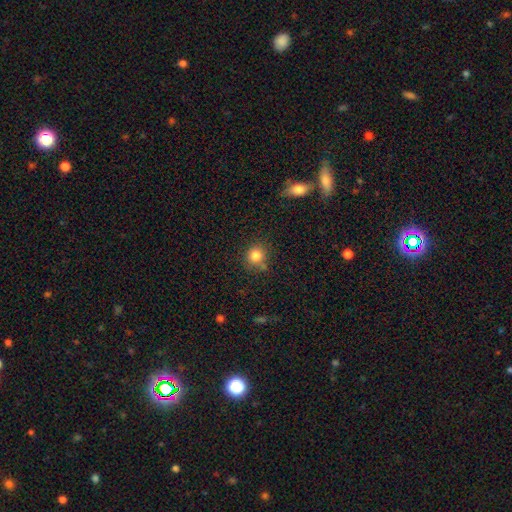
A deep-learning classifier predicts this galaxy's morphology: A smooth galaxy with no disk features (83%) that is round (83%).

Vote fractions:
- Smooth or featured? smooth: 83% / star or artifact: 11% / featured or disk: 6%
- How rounded? round: 83% / in between: 16% / cigar-shaped: 1%
- Merging? none: 71% / minor disturbance: 15% / merger: 9% / major disturbance: 4%